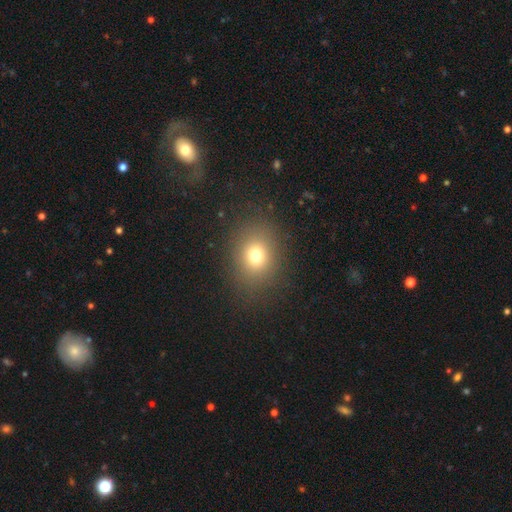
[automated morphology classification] smooth-or-featured: smooth: 74% | star or artifact: 16% | featured or disk: 10%
  how-rounded: round: 60% | in between: 39% | cigar-shaped: 1%
  merging: none: 85% | minor disturbance: 9% | major disturbance: 5% | merger: 1%